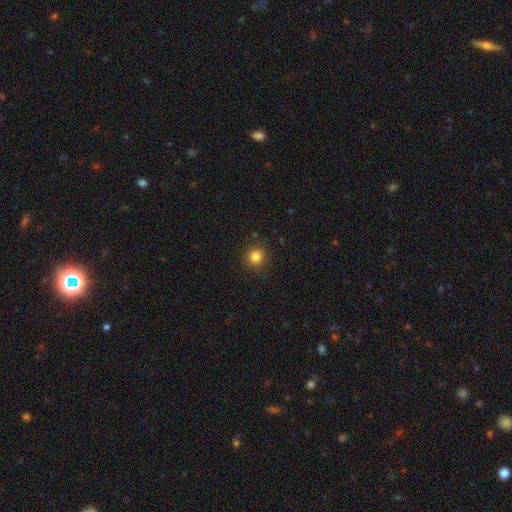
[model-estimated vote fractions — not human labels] A smooth galaxy with no disk features (83%) that is round (89%). Merging: none (89%).